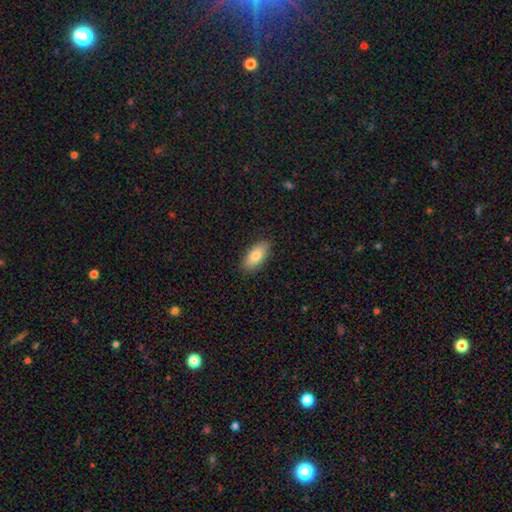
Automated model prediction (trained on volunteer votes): A smooth galaxy with no disk features (81%) that is in between round and cigar-shaped (92%). Merging: none (87%).